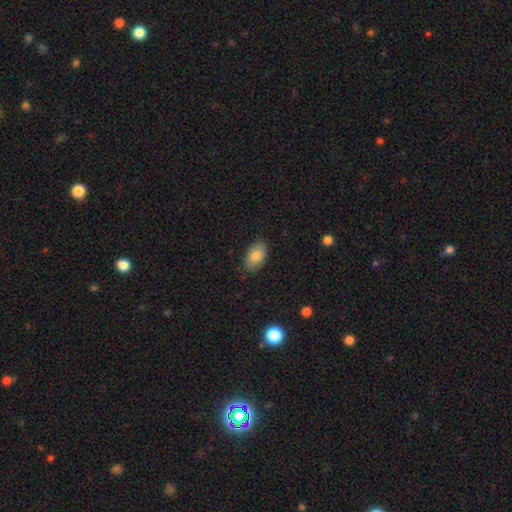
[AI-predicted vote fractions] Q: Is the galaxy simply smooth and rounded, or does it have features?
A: smooth — 83%.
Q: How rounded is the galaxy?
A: in between — 90%.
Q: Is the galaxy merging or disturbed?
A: none — 84%.